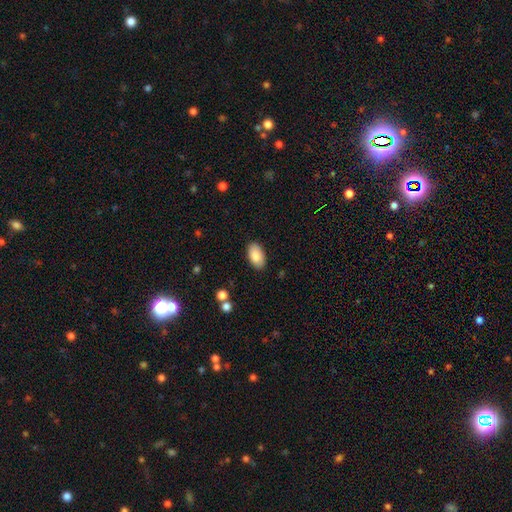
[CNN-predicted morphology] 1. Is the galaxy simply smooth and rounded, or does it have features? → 86% smooth, 8% featured or disk, 6% star or artifact.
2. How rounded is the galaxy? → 95% in between, 4% round, 2% cigar-shaped.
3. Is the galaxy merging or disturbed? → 88% none, 9% minor disturbance, 2% major disturbance, 1% merger.